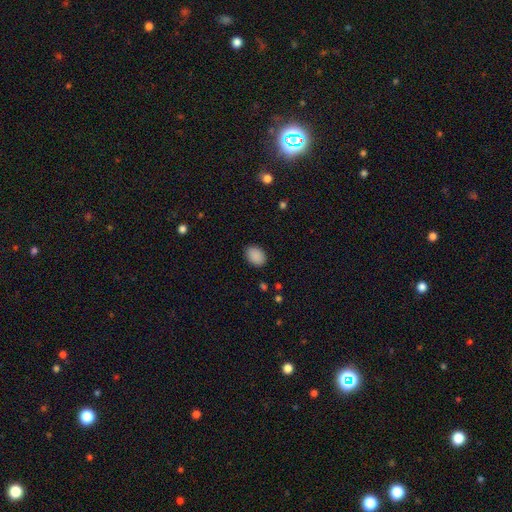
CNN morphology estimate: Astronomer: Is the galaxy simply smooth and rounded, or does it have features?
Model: smooth — 89%.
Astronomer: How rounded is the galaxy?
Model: in between — 76%.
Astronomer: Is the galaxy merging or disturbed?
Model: none — 88%.